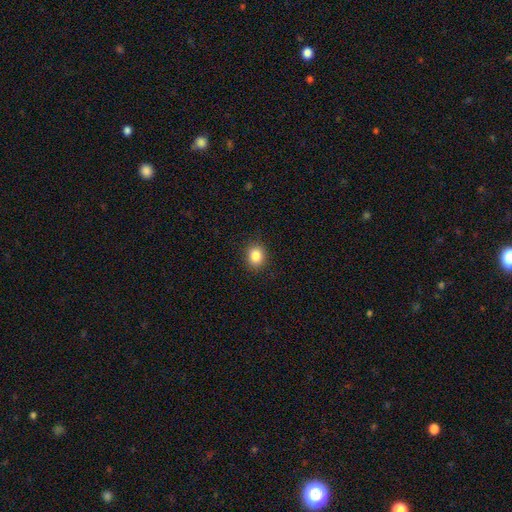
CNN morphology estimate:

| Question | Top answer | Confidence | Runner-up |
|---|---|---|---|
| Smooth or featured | smooth | 86% | star or artifact (10%) |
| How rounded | round | 61% | in between (38%) |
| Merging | none | 88% | minor disturbance (8%) |